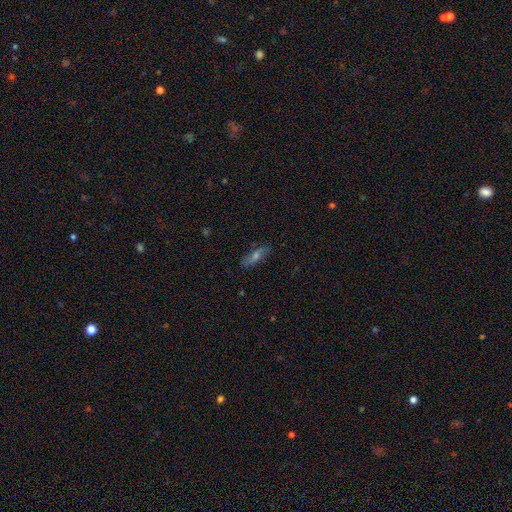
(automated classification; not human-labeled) smooth_or_featured: smooth (p=0.44) [alt: featured or disk p=0.40]
merging: none (p=0.83) [alt: minor disturbance p=0.13]